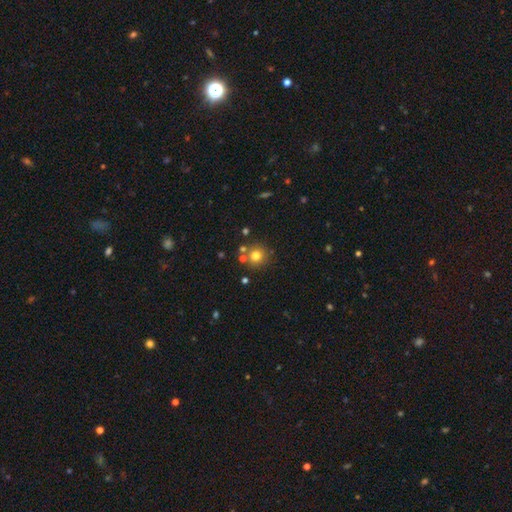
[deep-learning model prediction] A smooth galaxy with no disk features (76%) that is round (92%).

Vote fractions:
- Smooth or featured? smooth: 76% / star or artifact: 14% / featured or disk: 9%
- How rounded? round: 92% / in between: 7% / cigar-shaped: 1%
- Merging? none: 77% / merger: 11% / minor disturbance: 9% / major disturbance: 3%